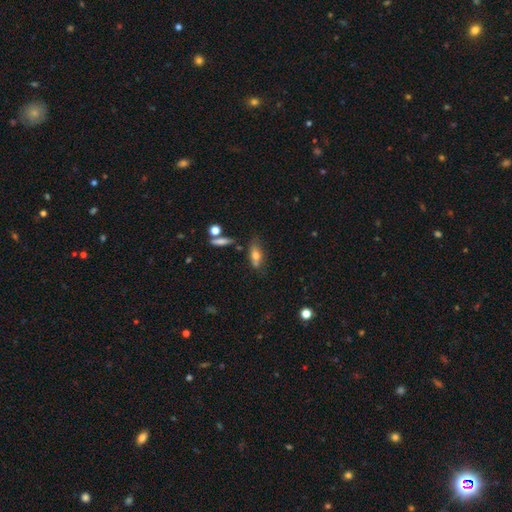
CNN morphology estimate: Smooth or featured? smooth (67%)
How rounded? in between (71%)
Merging? none (53%)